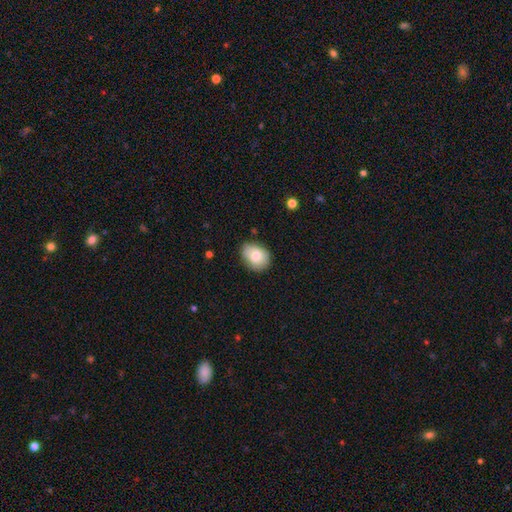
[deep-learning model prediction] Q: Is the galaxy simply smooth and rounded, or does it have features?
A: smooth — 75%.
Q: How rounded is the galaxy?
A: in between — 61%.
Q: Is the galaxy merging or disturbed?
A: none — 78%.